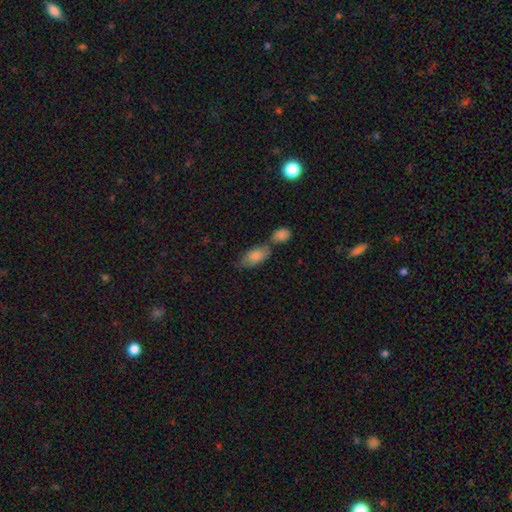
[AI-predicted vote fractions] Smooth or featured? smooth (82%)
How rounded? in between (89%)
Merging? none (51%)